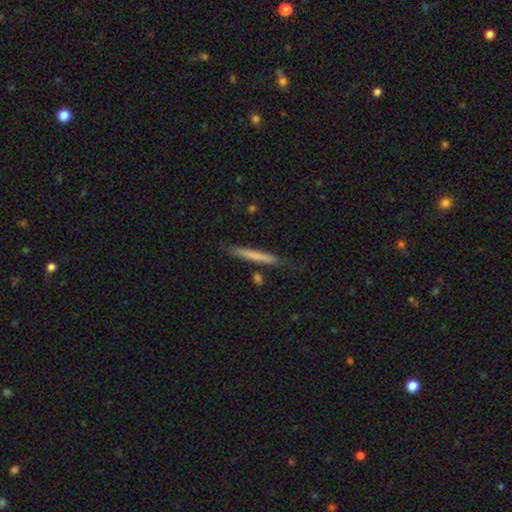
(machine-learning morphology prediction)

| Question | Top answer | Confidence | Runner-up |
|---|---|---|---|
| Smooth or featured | smooth | 66% | featured or disk (28%) |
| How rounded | cigar-shaped | 96% | in between (2%) |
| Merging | none | 82% | minor disturbance (13%) |